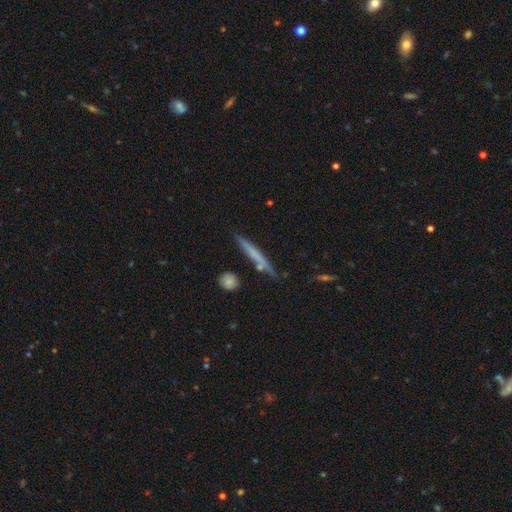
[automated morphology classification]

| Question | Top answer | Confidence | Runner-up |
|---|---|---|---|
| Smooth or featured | smooth | 54% | featured or disk (40%) |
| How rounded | cigar-shaped | 95% | in between (3%) |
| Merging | none | 82% | minor disturbance (11%) |